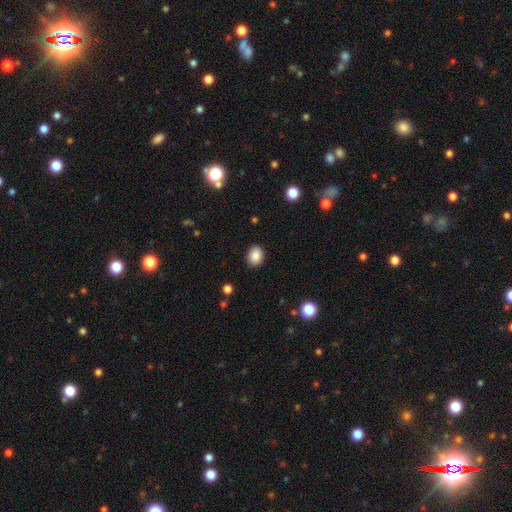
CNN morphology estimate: smooth_or_featured: smooth (p=0.87) [alt: star or artifact p=0.09]
how_rounded: in between (p=0.58) [alt: round p=0.42]
merging: none (p=0.89) [alt: minor disturbance p=0.08]